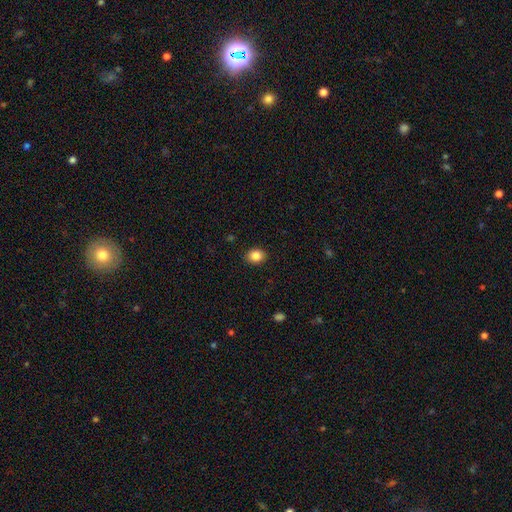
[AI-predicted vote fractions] This appears to be a smooth galaxy with no disk features (86%) that is in between round and cigar-shaped (53%). Merging: none (90%).